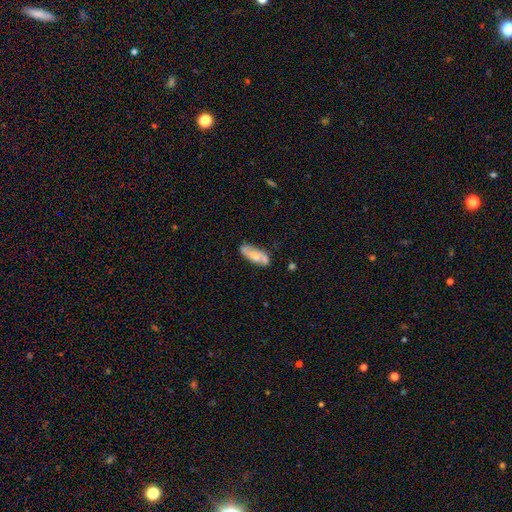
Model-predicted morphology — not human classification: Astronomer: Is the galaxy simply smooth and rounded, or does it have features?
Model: smooth — 58% (runner-up: featured or disk, 35%).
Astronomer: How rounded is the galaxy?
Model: in between — 70%.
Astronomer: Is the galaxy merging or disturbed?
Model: none — 65%.